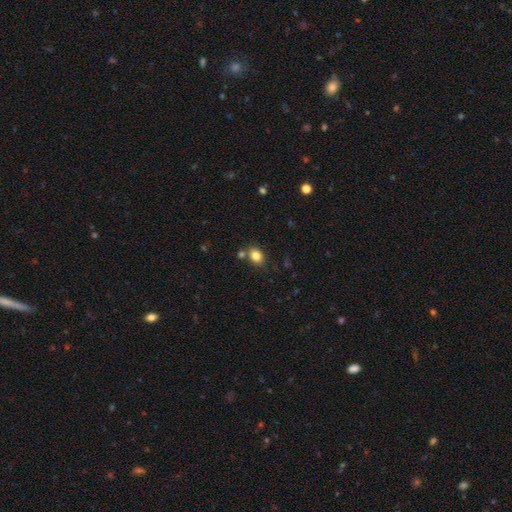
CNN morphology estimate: smooth_or_featured: smooth (p=0.83) [alt: star or artifact p=0.11]
how_rounded: in between (p=0.54) [alt: round p=0.45]
merging: none (p=0.73) [alt: minor disturbance p=0.12]